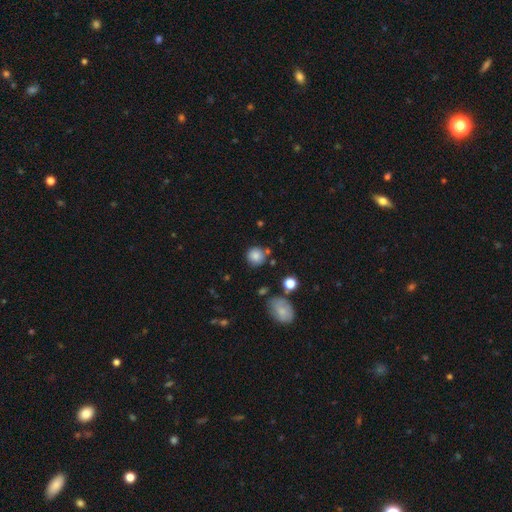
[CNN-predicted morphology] smooth 83%, star or artifact 11%, featured or disk 6%. Down the decision tree: how rounded — round (91%); merging — none (77%).